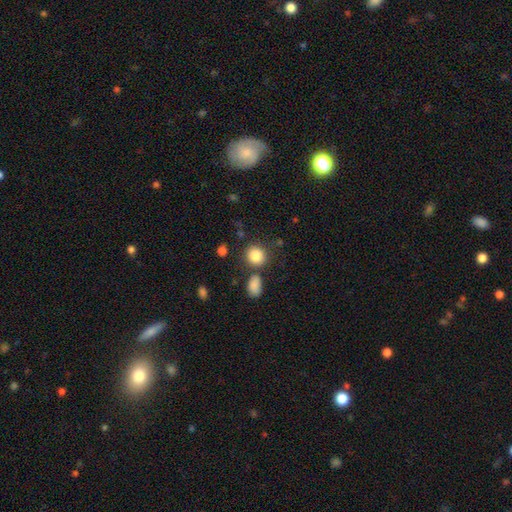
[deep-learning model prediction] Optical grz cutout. It shows a smooth galaxy with no disk features (86%) that is round (81%). Merging: none (74%).